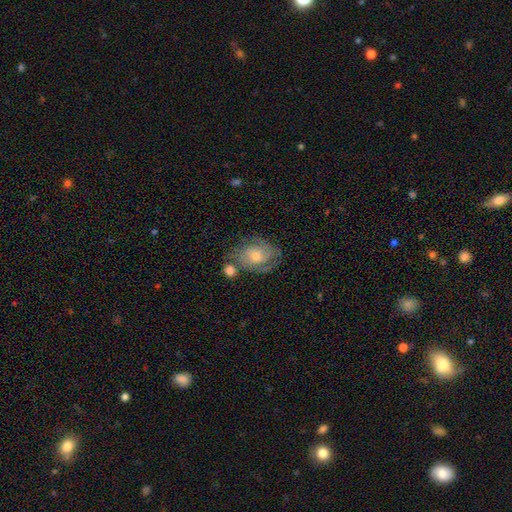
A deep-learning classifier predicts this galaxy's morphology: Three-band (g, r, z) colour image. It shows a featured or disk galaxy (73%) with no bar (70%), 2 (40%) tight (54%) spiral arms (91%) and a moderate central bulge (48%). Merging: none (63%).